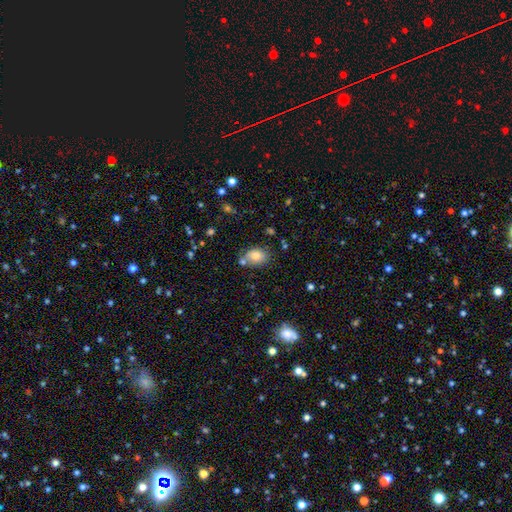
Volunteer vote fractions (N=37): smooth 84%, featured or disk 14%, star or artifact 3%. Down the decision tree: how rounded — in between (77%); merging — none (67%).